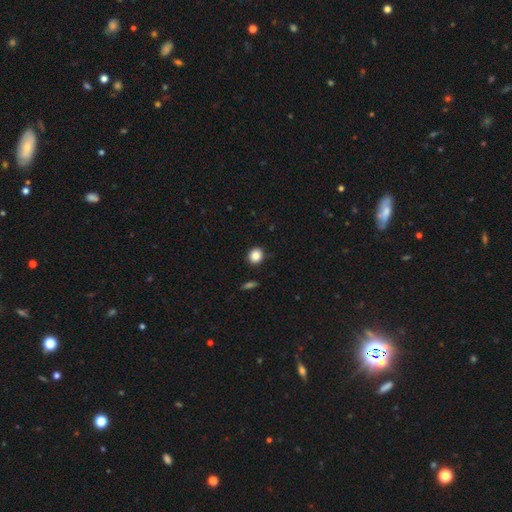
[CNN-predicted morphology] smooth 87%, star or artifact 9%, featured or disk 4%. Down the decision tree: how rounded — round (78%); merging — none (90%).